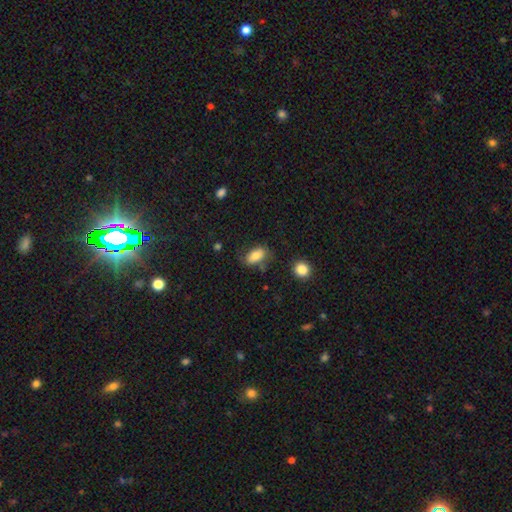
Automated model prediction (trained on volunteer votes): This appears to be a smooth galaxy with no disk features (82%) that is in between round and cigar-shaped (89%). Merging: none (63%).